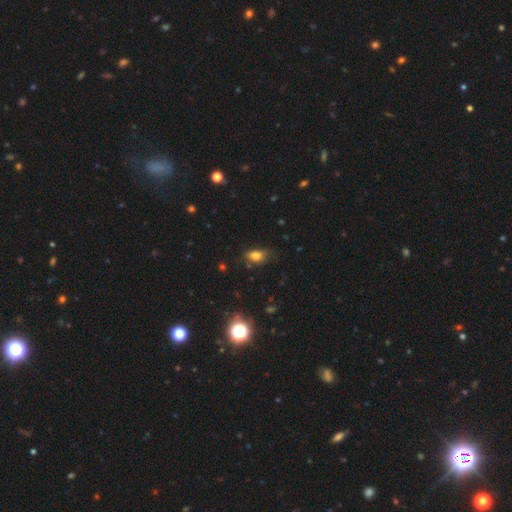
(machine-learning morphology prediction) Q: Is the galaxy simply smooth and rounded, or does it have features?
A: smooth — 76%.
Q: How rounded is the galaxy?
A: in between — 82%.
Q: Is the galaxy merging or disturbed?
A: none — 63%.